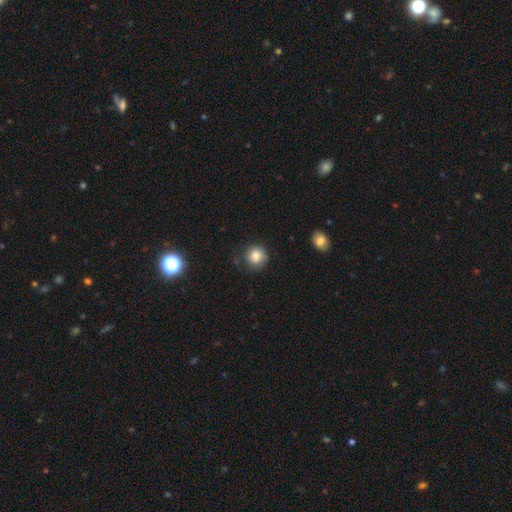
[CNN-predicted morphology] smooth 83%, star or artifact 10%, featured or disk 6%. Down the decision tree: how rounded — round (90%); merging — none (77%).